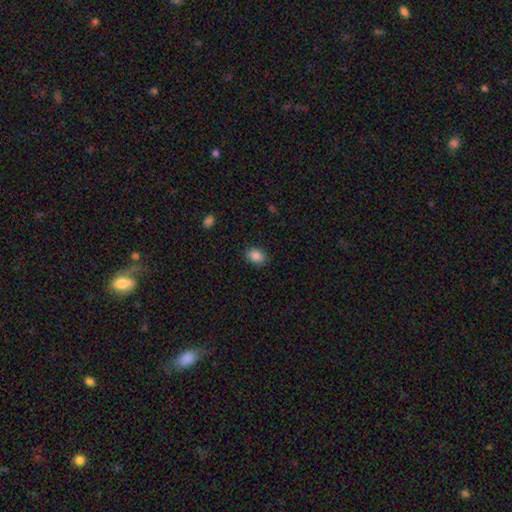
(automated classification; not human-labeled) smooth_or_featured: smooth (p=0.87) [alt: star or artifact p=0.09]
how_rounded: in between (p=0.74) [alt: round p=0.25]
merging: none (p=0.84) [alt: minor disturbance p=0.12]